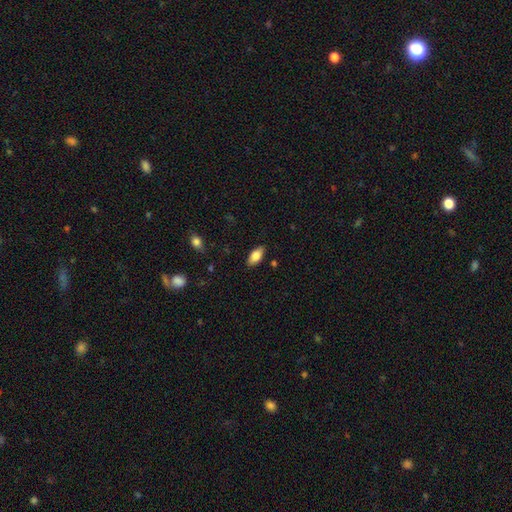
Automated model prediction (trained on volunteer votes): Overall: smooth (79%). How rounded: in between (89%). Merging: none (86%).